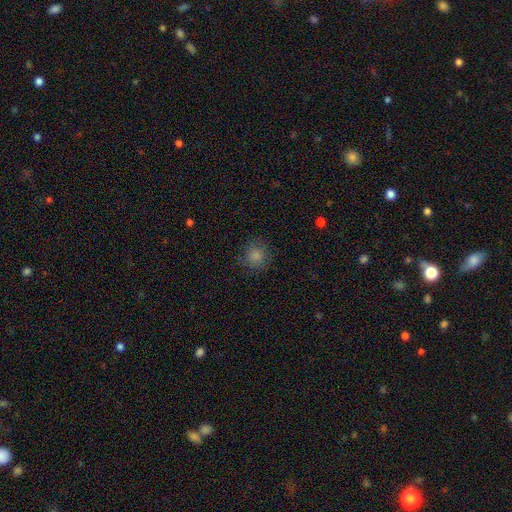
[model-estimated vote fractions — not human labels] A smooth galaxy with no disk features (84%) that is round (90%). Merging: none (85%).